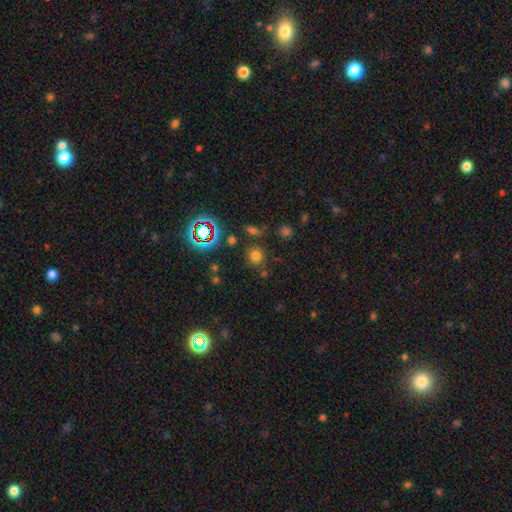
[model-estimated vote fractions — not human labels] Smooth or featured? Predicted: smooth (p=0.67). How rounded? Predicted: round (p=0.87). Merging? Predicted: none (p=0.81).